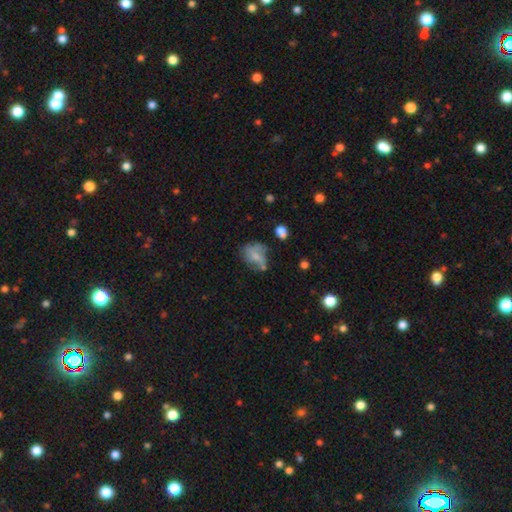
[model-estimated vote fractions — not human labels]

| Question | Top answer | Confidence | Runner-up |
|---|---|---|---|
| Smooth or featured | smooth | 48% | featured or disk (41%) |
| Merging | none | 38% | minor disturbance (28%) |